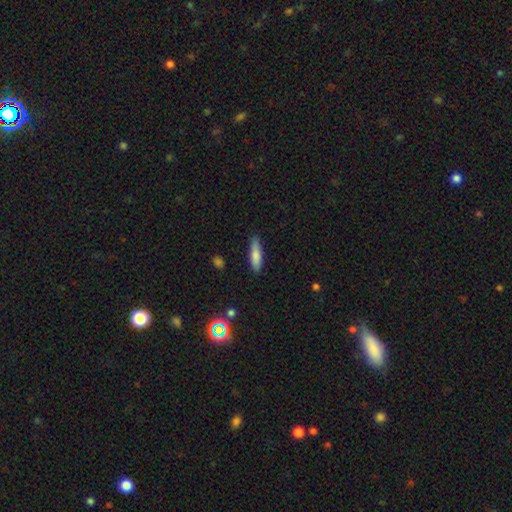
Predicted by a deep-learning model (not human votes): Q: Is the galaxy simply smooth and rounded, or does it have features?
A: smooth — 81%.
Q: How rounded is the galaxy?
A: cigar-shaped — 66%.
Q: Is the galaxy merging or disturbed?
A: none — 83%.